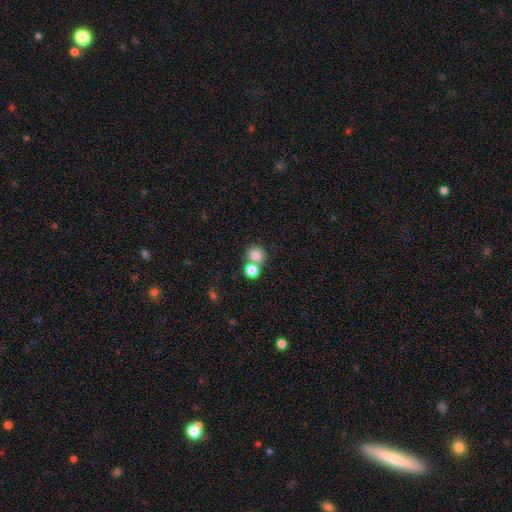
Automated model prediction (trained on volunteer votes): smooth 82%, star or artifact 11%, featured or disk 7%. Down the decision tree: how rounded — round (88%); merging — none (51%).